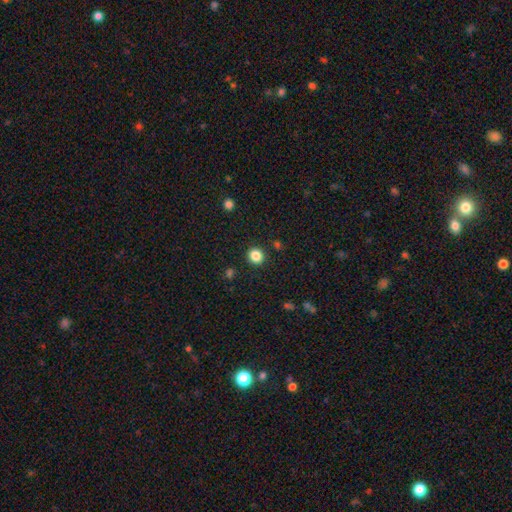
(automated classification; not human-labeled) Overall: smooth (85%). How rounded: round (86%). Merging: none (90%).